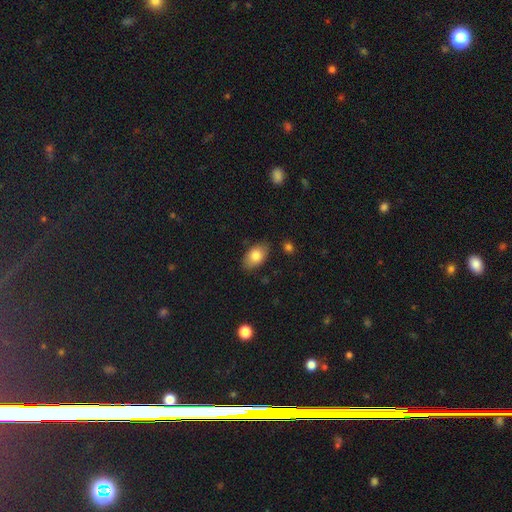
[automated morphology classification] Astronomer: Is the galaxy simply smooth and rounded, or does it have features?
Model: smooth — 82%.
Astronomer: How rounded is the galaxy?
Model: in between — 90%.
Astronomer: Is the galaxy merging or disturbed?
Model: none — 82%.